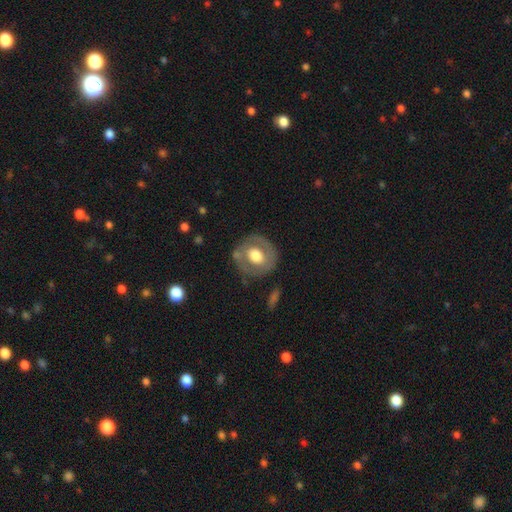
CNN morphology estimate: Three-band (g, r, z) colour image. It shows a featured or disk galaxy (47%, tied with smooth). Merging: none (76%).